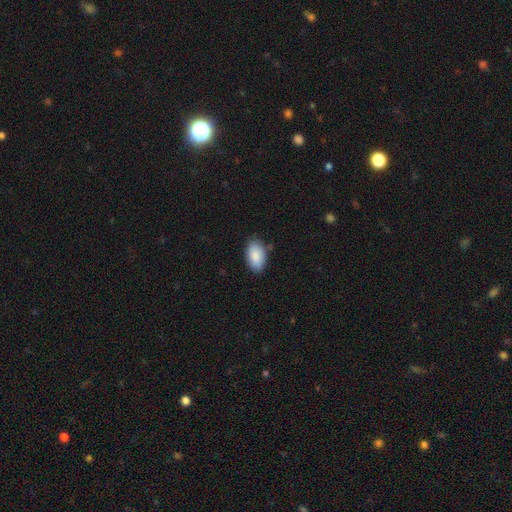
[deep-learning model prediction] Overall: smooth (88%). How rounded: in between (95%). Merging: none (83%).